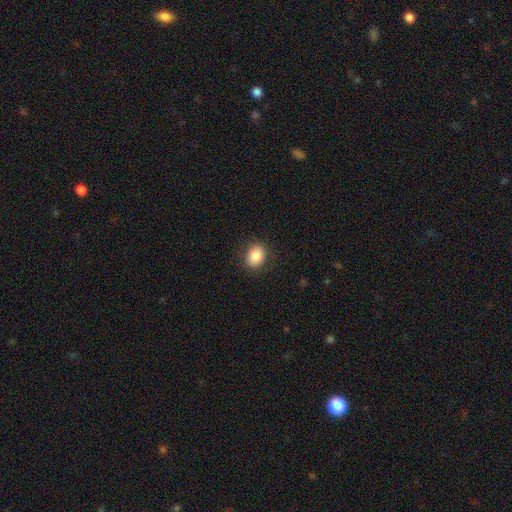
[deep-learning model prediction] A smooth galaxy with no disk features (86%) that is in between round and cigar-shaped (55%).

Vote fractions:
- Smooth or featured? smooth: 86% / star or artifact: 9% / featured or disk: 6%
- How rounded? in between: 55% / round: 44% / cigar-shaped: 1%
- Merging? none: 87% / minor disturbance: 9% / major disturbance: 3% / merger: 1%